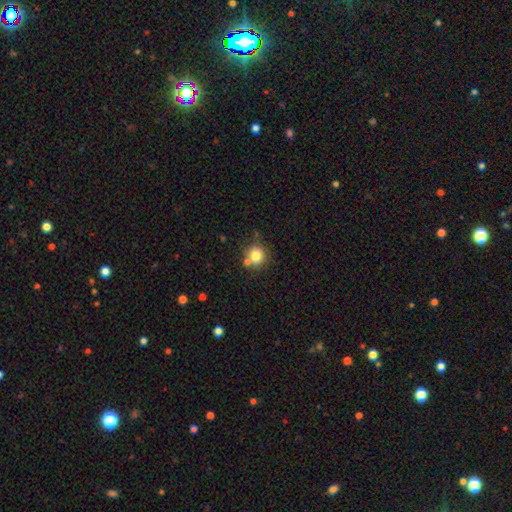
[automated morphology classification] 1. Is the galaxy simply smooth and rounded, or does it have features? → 80% smooth, 11% star or artifact, 9% featured or disk.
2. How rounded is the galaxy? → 86% round, 13% in between, 1% cigar-shaped.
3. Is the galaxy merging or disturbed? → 68% none, 15% merger, 13% minor disturbance, 4% major disturbance.